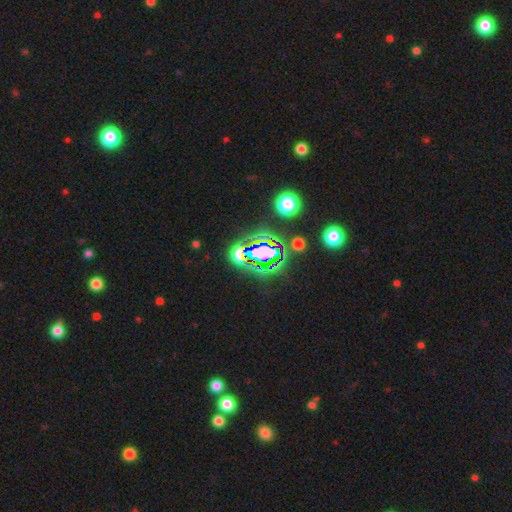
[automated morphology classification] This is likely a star or artifact rather than a galaxy (67%).